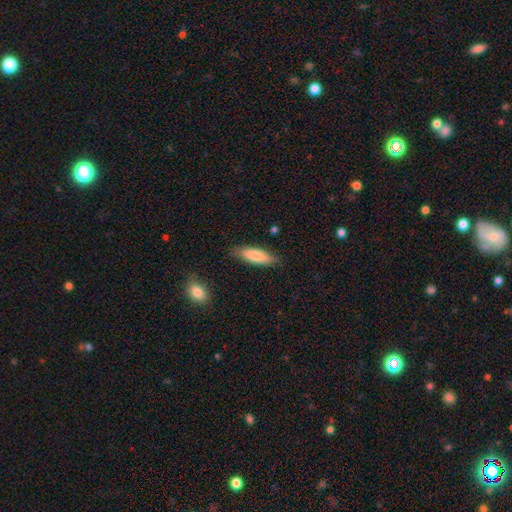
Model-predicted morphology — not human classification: A smooth galaxy with no disk features (82%) that is in between round and cigar-shaped (51%). Merging: none (82%).